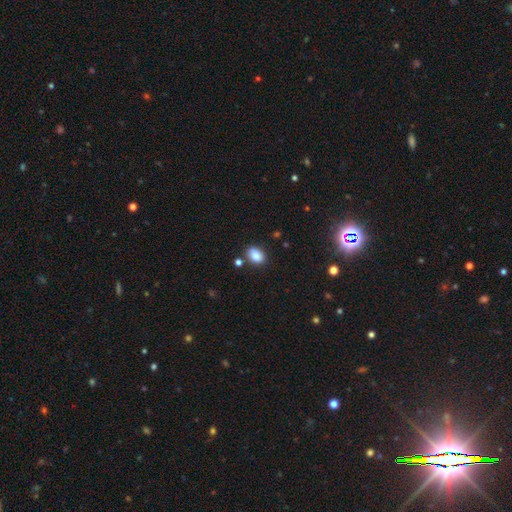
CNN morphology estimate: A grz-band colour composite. It shows a smooth galaxy with no disk features (86%) that is in between round and cigar-shaped (76%). Merging: none (77%).